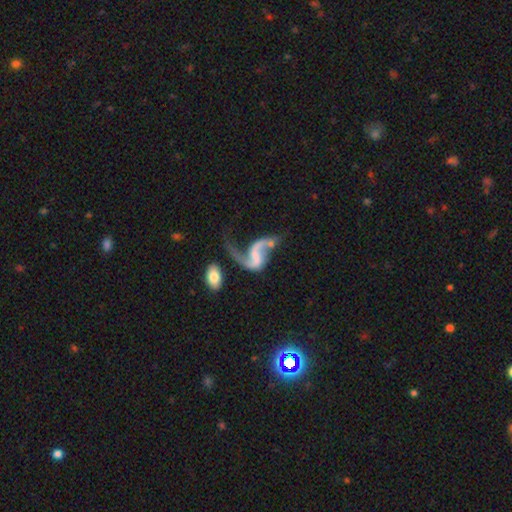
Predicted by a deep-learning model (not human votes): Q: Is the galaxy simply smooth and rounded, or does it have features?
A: featured or disk — 87%.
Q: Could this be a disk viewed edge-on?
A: no — 98%.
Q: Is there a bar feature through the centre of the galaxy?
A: weak — 43%.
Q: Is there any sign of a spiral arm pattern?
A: yes — 93%.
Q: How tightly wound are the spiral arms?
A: loose — 86%.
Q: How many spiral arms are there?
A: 2 — 85%.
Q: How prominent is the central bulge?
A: none — 56%.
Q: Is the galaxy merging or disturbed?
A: none — 39%.